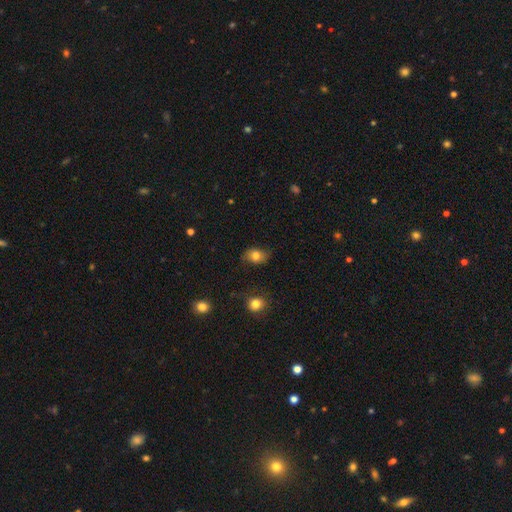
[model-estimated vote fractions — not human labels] smooth 77%, featured or disk 13%, star or artifact 10%. Down the decision tree: how rounded — in between (72%); merging — none (74%).